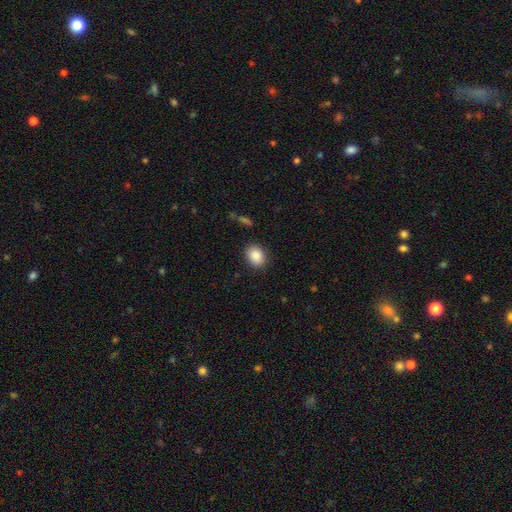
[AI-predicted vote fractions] A smooth galaxy with no disk features (88%) that is in between round and cigar-shaped (51%).

Vote fractions:
- Smooth or featured? smooth: 88% / star or artifact: 8% / featured or disk: 4%
- How rounded? in between: 51% / round: 47% / cigar-shaped: 1%
- Merging? none: 87% / minor disturbance: 9% / major disturbance: 3% / merger: 1%